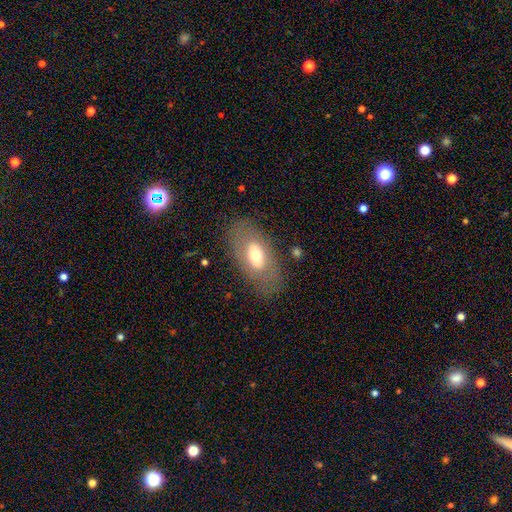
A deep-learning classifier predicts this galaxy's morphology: This is possibly a smooth galaxy (52%). How rounded: clearly in between (90%). Merging: likely none (78%).